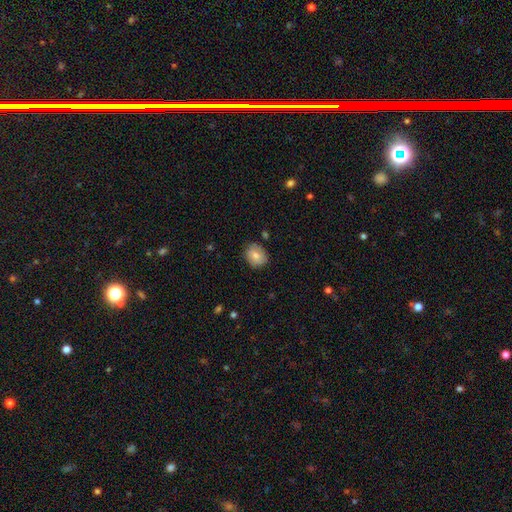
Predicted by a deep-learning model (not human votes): A smooth galaxy with no disk features (74%) that is round (54%). Merging: none (79%).